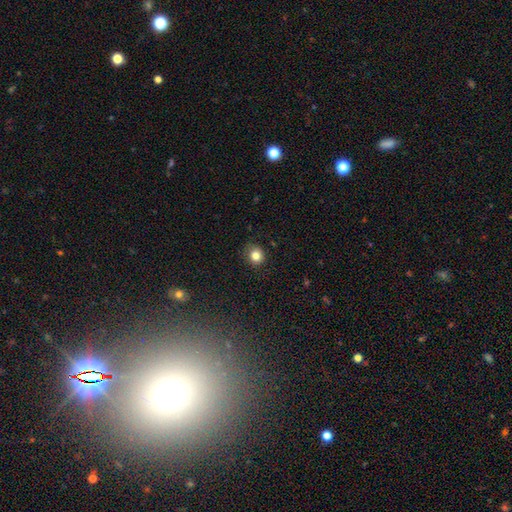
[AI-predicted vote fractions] Smooth or featured? smooth (82%)
How rounded? round (79%)
Merging? none (80%)